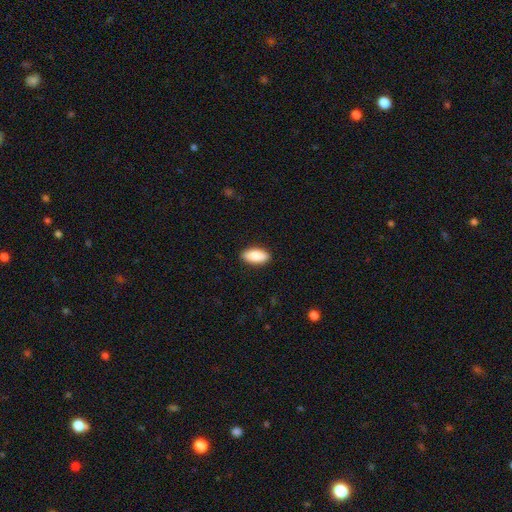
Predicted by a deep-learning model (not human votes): smooth 87%, featured or disk 7%, star or artifact 6%. Down the decision tree: how rounded — in between (90%); merging — none (89%).